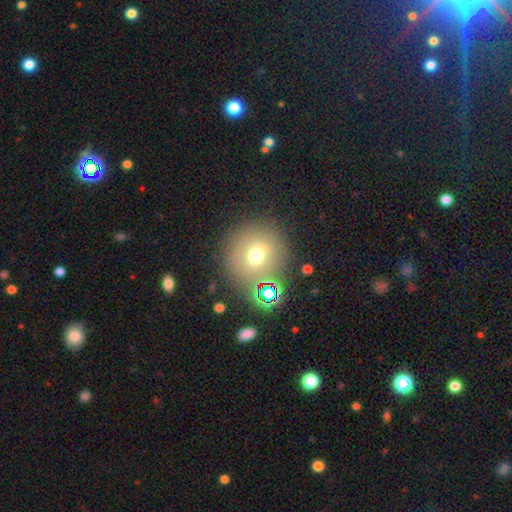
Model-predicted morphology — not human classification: Overall: smooth (64%). How rounded: round (90%). Merging: none (78%).